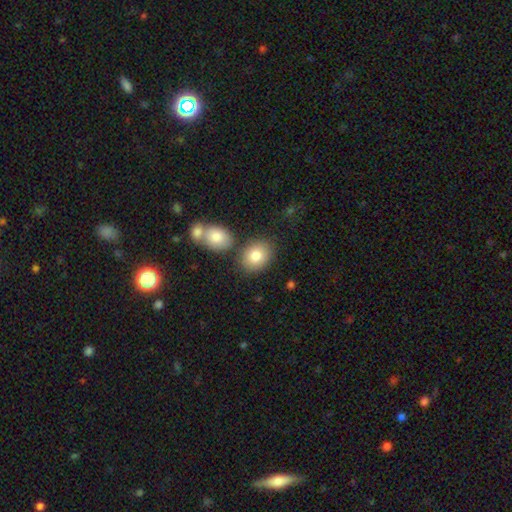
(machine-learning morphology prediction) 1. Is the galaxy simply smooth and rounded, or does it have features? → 83% smooth, 9% featured or disk, 8% star or artifact.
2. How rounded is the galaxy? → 57% in between, 42% round, 1% cigar-shaped.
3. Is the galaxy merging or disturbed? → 72% none, 14% merger, 11% minor disturbance, 3% major disturbance.